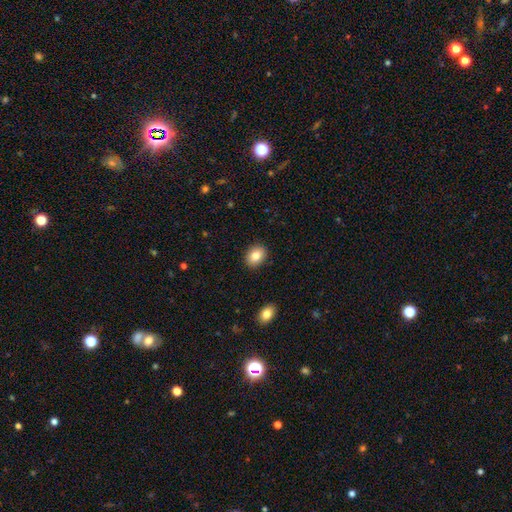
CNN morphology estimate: This is clearly a smooth galaxy (83%). How rounded: likely in between (63%). Merging: clearly none (90%).